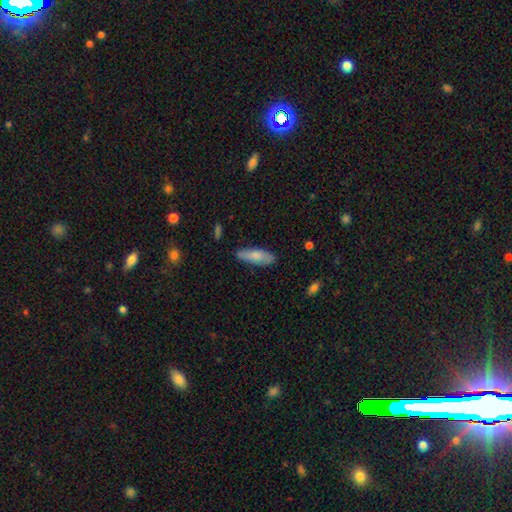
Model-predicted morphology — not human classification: Overall: smooth (76%). How rounded: in between (53%; cigar-shaped 45%). Merging: none (81%).